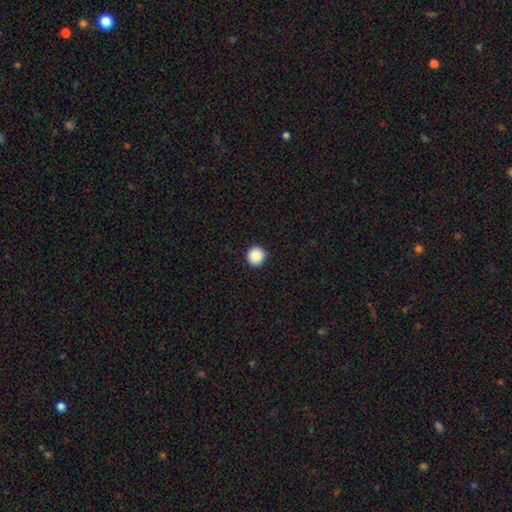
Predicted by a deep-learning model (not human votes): smooth-or-featured: smooth: 89% | star or artifact: 9% | featured or disk: 3%
  how-rounded: round: 95% | in between: 5% | cigar-shaped: 1%
  merging: none: 92% | minor disturbance: 5% | major disturbance: 2% | merger: 1%